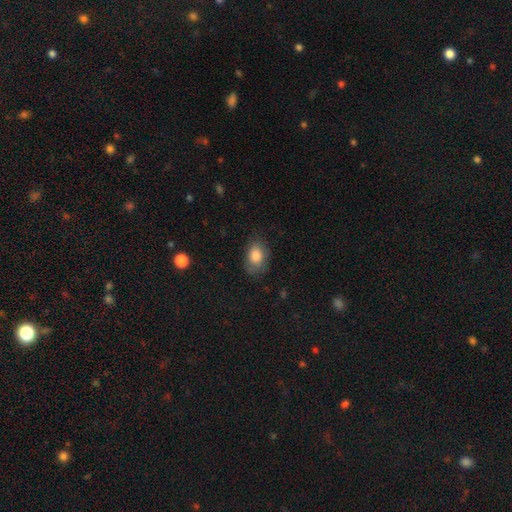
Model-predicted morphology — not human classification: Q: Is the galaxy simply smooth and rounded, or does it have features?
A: smooth — 81%.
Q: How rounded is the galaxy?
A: in between — 83%.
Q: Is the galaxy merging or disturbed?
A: none — 71%.